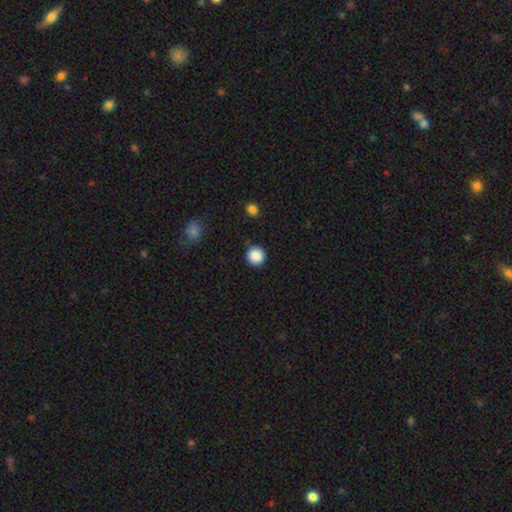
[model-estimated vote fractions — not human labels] smooth-or-featured: smooth: 88% | star or artifact: 9% | featured or disk: 3%
  how-rounded: round: 94% | in between: 5% | cigar-shaped: 1%
  merging: none: 88% | minor disturbance: 8% | major disturbance: 2% | merger: 2%